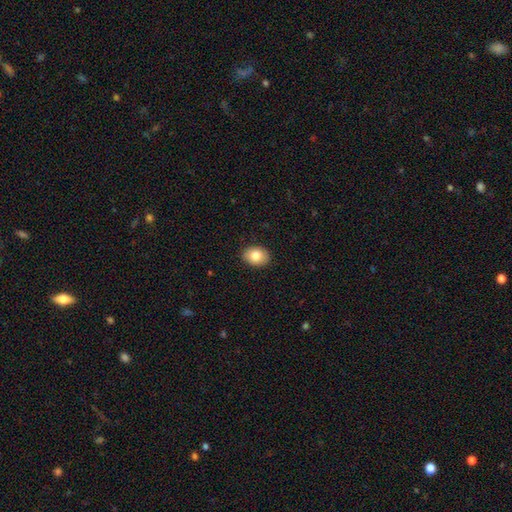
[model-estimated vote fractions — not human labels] This appears to be a smooth galaxy with no disk features (82%) that is in between round and cigar-shaped (68%). Merging: none (90%).